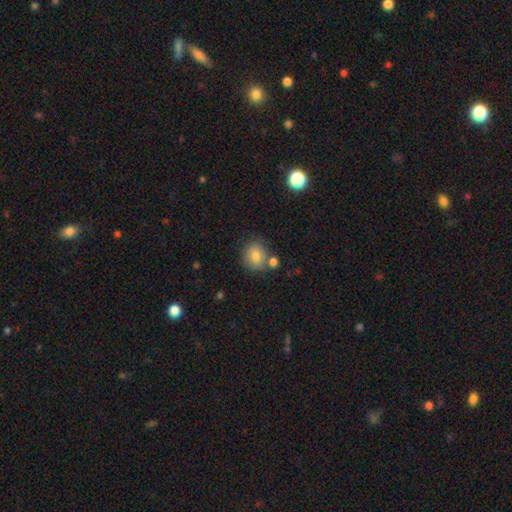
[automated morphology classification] Smooth or featured: smooth — 81% (star or artifact — 11%)
How rounded: round — 74% (in between — 25%)
Merging: none — 71% (merger — 14%)